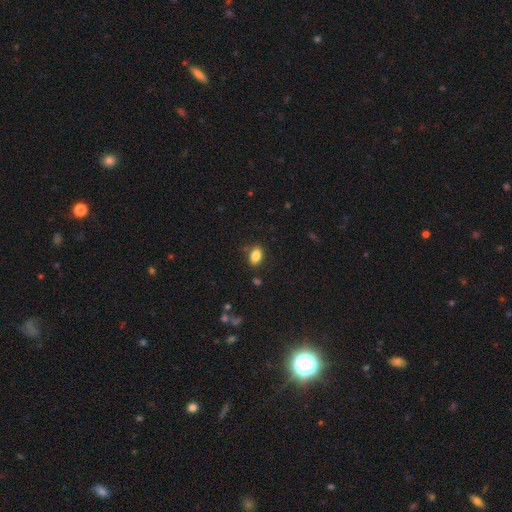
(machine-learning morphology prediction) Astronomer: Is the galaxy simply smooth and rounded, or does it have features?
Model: smooth — 85%.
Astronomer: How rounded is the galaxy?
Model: in between — 86%.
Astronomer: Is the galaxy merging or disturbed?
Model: none — 84%.